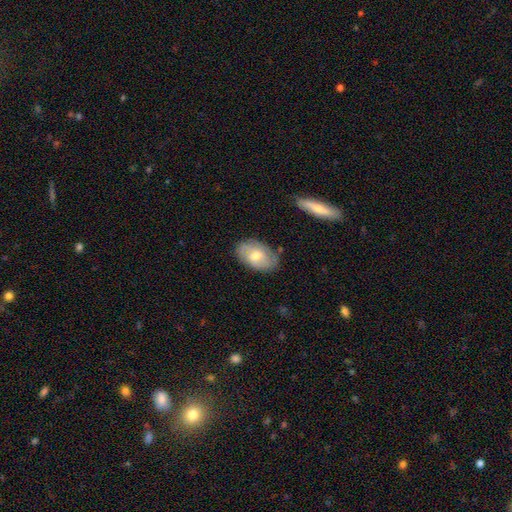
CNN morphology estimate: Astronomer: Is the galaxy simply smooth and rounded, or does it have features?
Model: smooth — 48% (runner-up: featured or disk, 46%).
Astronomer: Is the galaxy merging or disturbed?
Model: none — 76%.